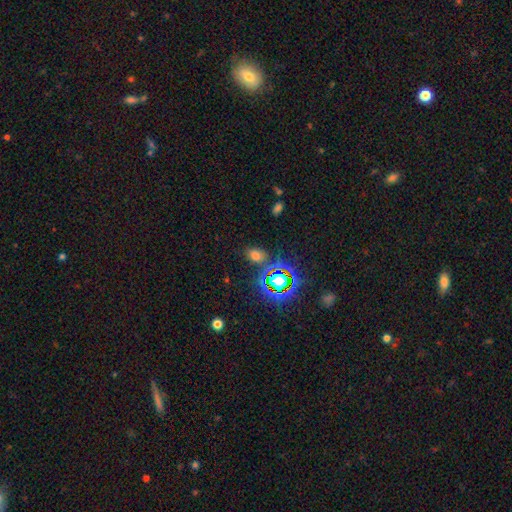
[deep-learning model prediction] Q: Smooth or featured?
A: smooth (58%); runner-up: star or artifact (35%)
Q: How rounded?
A: in between (75%); runner-up: round (23%)
Q: Merging?
A: none (79%); runner-up: minor disturbance (12%)